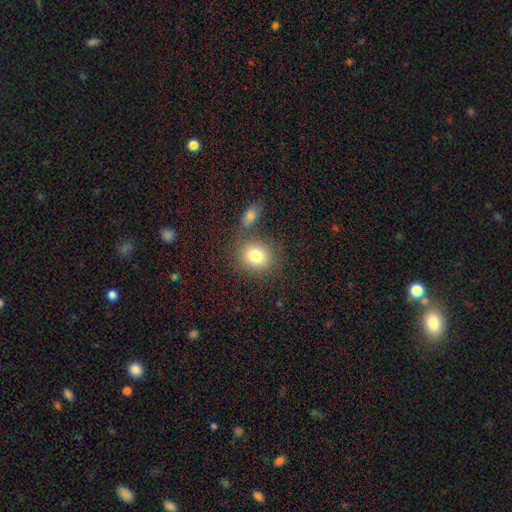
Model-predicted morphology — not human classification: smooth 81%, star or artifact 10%, featured or disk 9%. Down the decision tree: how rounded — round (68%); merging — none (66%).